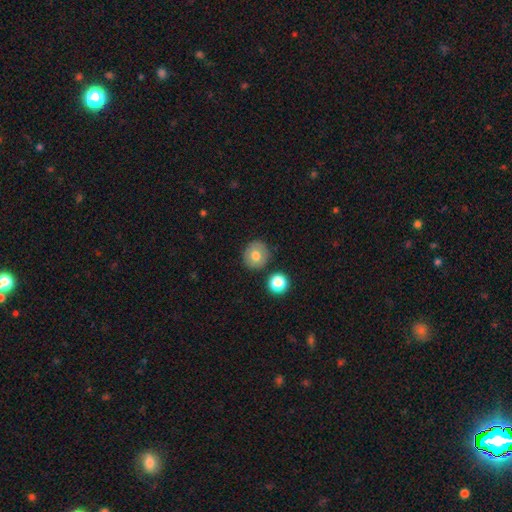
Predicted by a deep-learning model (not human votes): Smooth or featured? smooth (73%)
How rounded? round (87%)
Merging? none (84%)